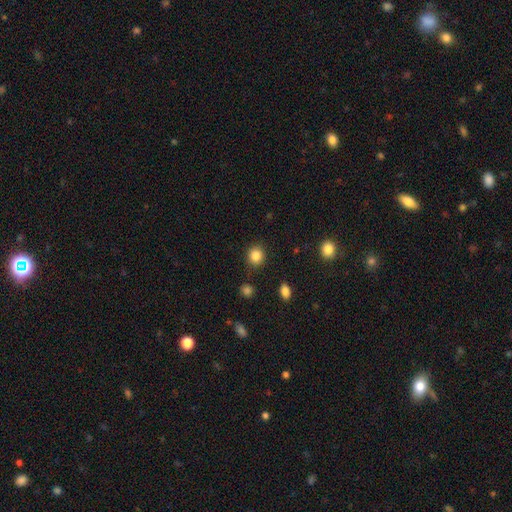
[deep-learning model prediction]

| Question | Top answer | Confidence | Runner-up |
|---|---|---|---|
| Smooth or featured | smooth | 86% | star or artifact (10%) |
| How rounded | round | 82% | in between (17%) |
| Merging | none | 87% | minor disturbance (8%) |